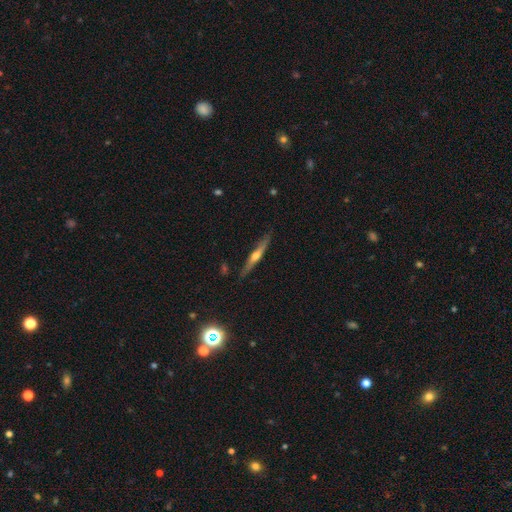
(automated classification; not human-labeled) The model was most divided on "smooth or featured": featured or disk: 67%, smooth: 27%, star or artifact: 6%. More confident: edge-on disk — yes (96%); edge-on bulge — rounded (86%); merging — none (85%).